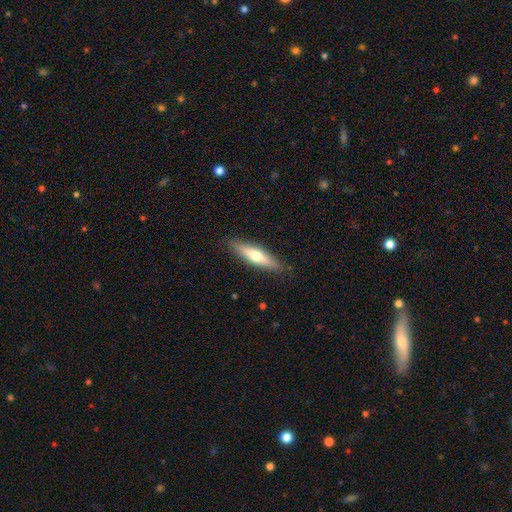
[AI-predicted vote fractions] smooth-or-featured: smooth: 53% | featured or disk: 41% | star or artifact: 6%
  how-rounded: cigar-shaped: 77% | in between: 21% | round: 2%
  merging: none: 88% | minor disturbance: 9% | major disturbance: 2% | merger: 1%